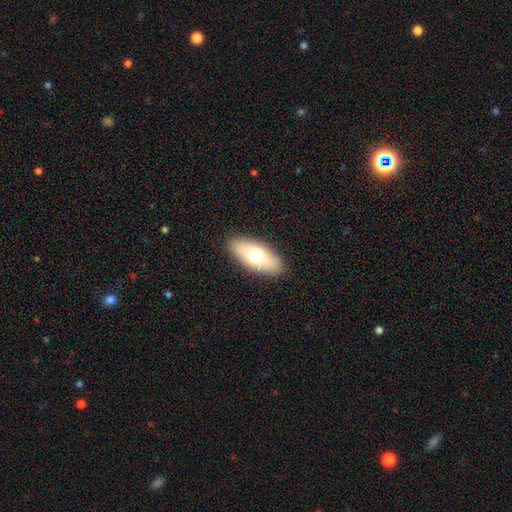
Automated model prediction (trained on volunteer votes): smooth_or_featured: smooth (p=0.65) [alt: featured or disk p=0.28]
how_rounded: in between (p=0.85) [alt: cigar-shaped p=0.11]
merging: none (p=0.88) [alt: minor disturbance p=0.09]